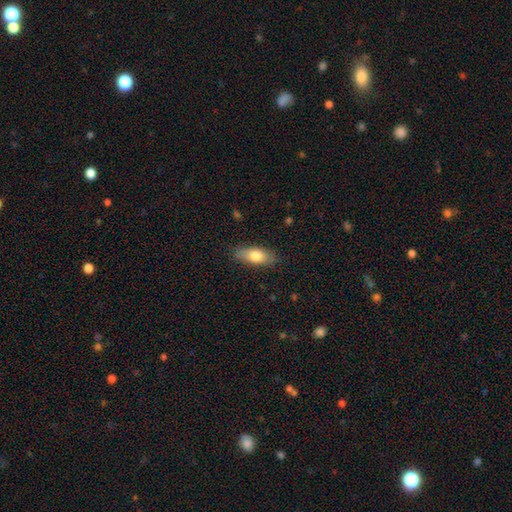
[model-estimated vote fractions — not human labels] Smooth or featured? Predicted: smooth (p=0.76). How rounded? Predicted: in between (p=0.77). Merging? Predicted: none (p=0.84).